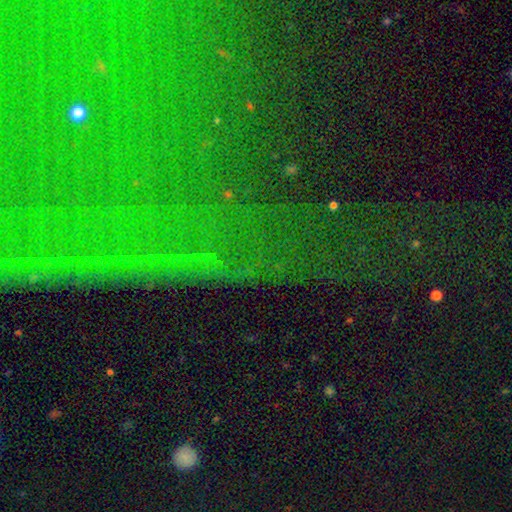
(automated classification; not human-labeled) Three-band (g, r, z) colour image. It shows a star or artifact, not a galaxy (81%).